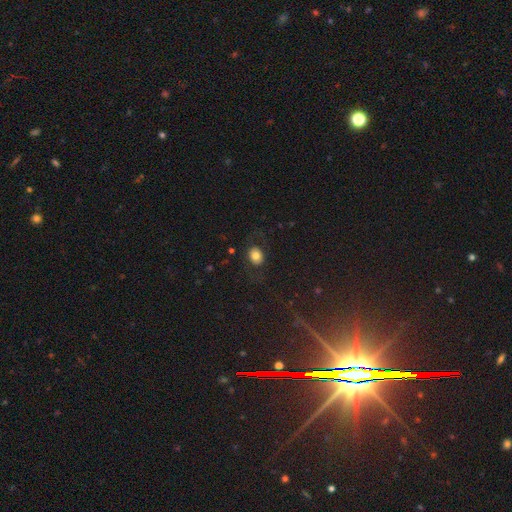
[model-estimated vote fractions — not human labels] Smooth or featured? Predicted: smooth (p=0.75). How rounded? Predicted: in between (p=0.56). Merging? Predicted: none (p=0.81).